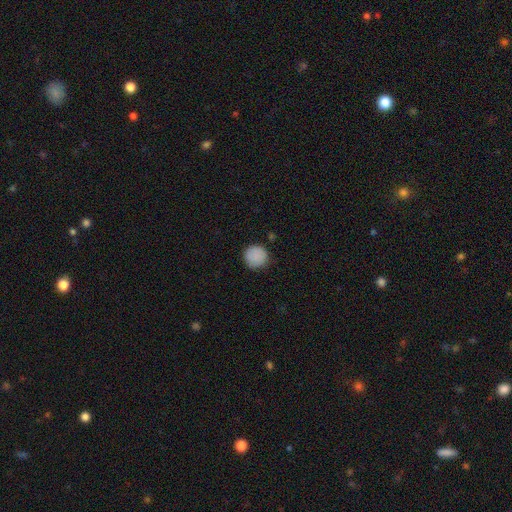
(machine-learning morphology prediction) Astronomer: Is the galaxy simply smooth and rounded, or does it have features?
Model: smooth — 88%.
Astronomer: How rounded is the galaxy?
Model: round — 94%.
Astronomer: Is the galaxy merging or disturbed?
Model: none — 87%.